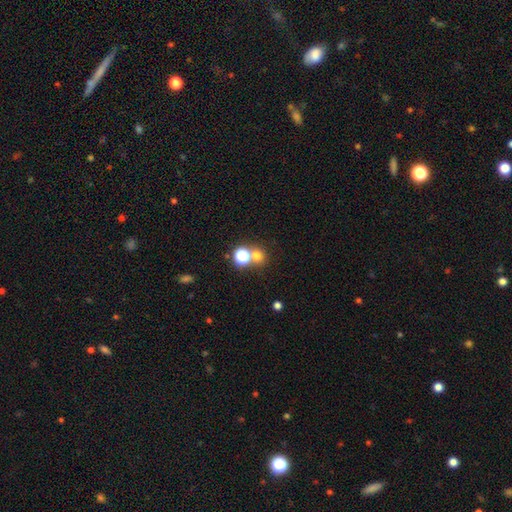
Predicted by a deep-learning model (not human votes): Overall: smooth (64%; star or artifact 28%). How rounded: round (85%). Merging: none (63%; merger 27%).